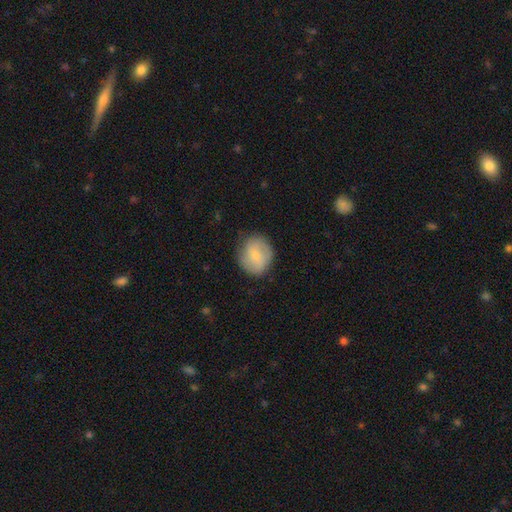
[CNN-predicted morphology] Smooth or featured: smooth — 64% (featured or disk — 30%)
How rounded: round — 69% (in between — 30%)
Merging: none — 76% (minor disturbance — 17%)